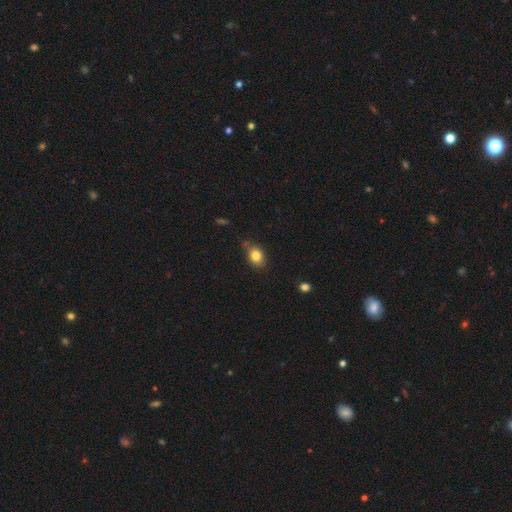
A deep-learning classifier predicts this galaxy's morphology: smooth-or-featured: smooth: 82% | star or artifact: 9% | featured or disk: 9%
  how-rounded: in between: 67% | round: 32% | cigar-shaped: 1%
  merging: none: 73% | minor disturbance: 20% | major disturbance: 4% | merger: 4%